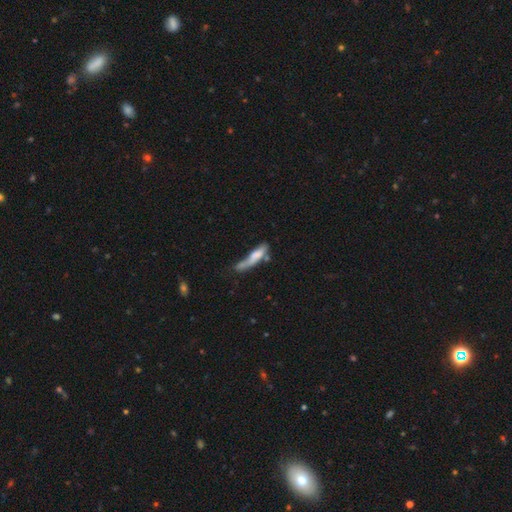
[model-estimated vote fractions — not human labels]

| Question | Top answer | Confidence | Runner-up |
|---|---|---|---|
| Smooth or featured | smooth | 65% | featured or disk (28%) |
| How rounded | cigar-shaped | 74% | in between (24%) |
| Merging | none | 30% | minor disturbance (27%) |